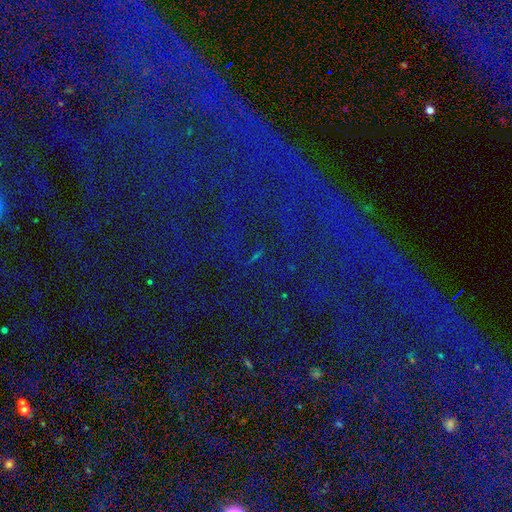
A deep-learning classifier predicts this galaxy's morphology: Q: Smooth or featured?
A: star or artifact (84%); runner-up: smooth (8%)